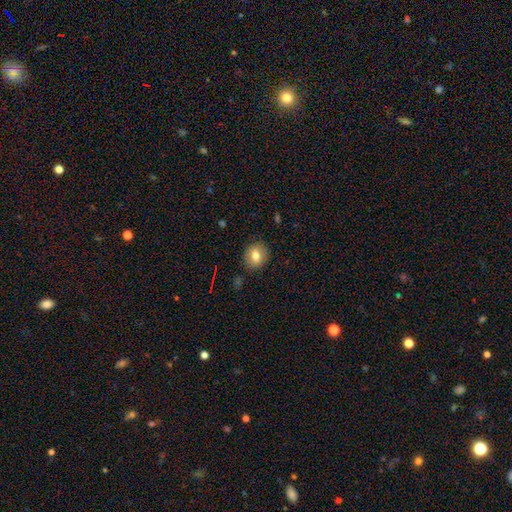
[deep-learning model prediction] Smooth or featured? Predicted: smooth (p=0.76). How rounded? Predicted: round (p=0.68). Merging? Predicted: none (p=0.87).